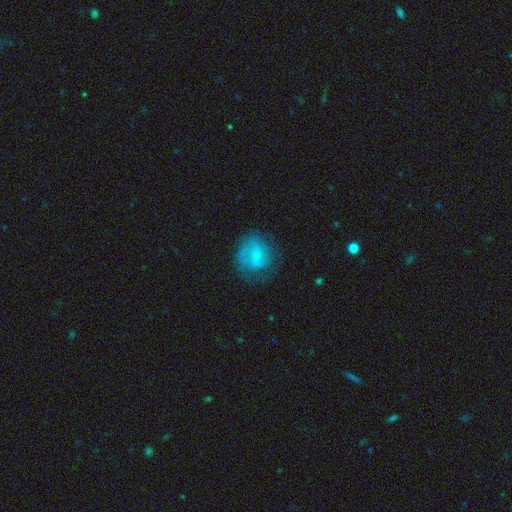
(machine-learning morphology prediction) smooth_or_featured: smooth (p=0.48) [alt: featured or disk p=0.43]
merging: none (p=0.57) [alt: minor disturbance p=0.23]